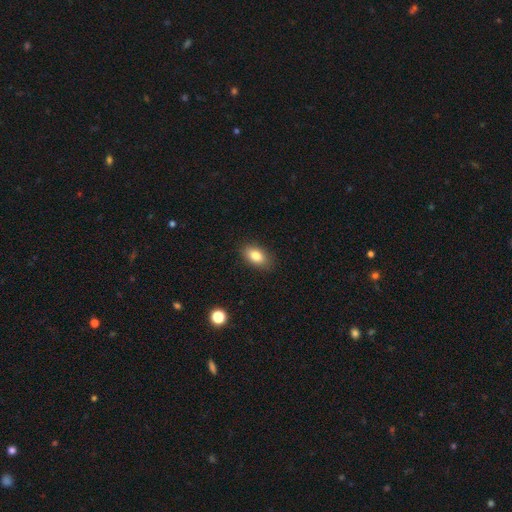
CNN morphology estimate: type=smooth (84%); roundness=in between (89%); merging=none (87%).